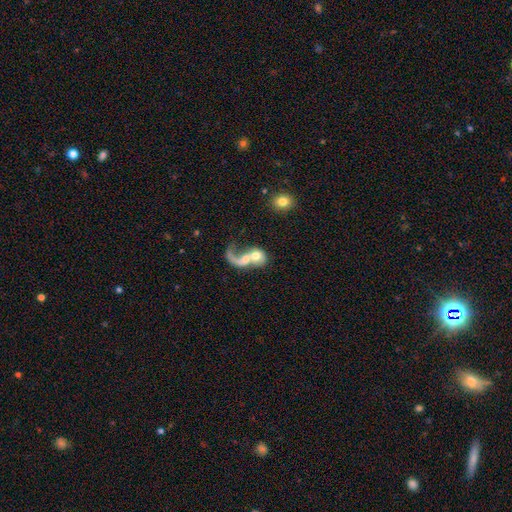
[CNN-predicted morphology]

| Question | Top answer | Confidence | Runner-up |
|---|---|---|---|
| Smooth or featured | featured or disk | 54% | smooth (38%) |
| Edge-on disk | no | 96% | yes (4%) |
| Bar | no | 74% | weak (21%) |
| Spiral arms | yes | 65% | no (35%) |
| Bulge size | moderate | 51% | small (20%) |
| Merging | merger | 61% | major disturbance (21%) |